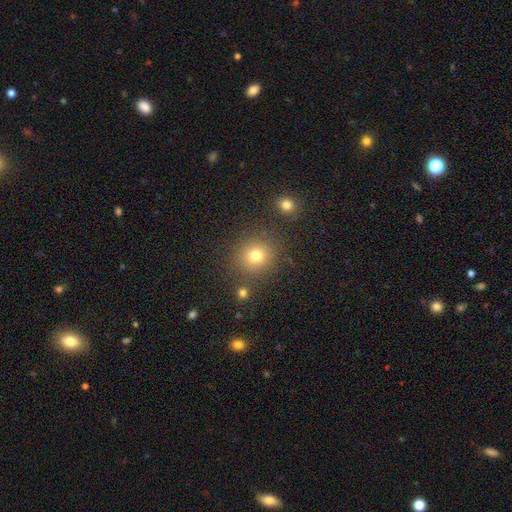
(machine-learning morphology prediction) Smooth or featured? smooth (77%)
How rounded? round (87%)
Merging? none (82%)